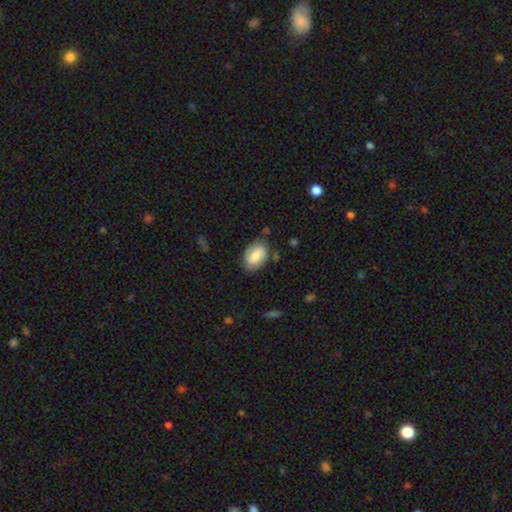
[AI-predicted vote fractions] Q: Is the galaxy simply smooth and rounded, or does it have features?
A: smooth — 64%.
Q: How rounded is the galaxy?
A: in between — 86%.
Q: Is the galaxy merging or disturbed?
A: none — 73%.